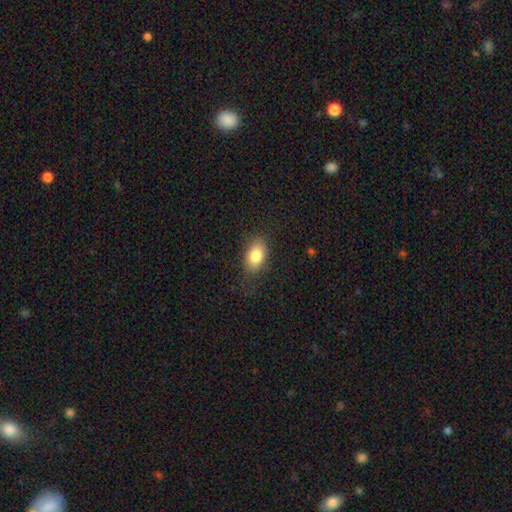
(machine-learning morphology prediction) This appears to be a smooth galaxy with no disk features (82%) that is in between round and cigar-shaped (86%). Merging: none (78%).